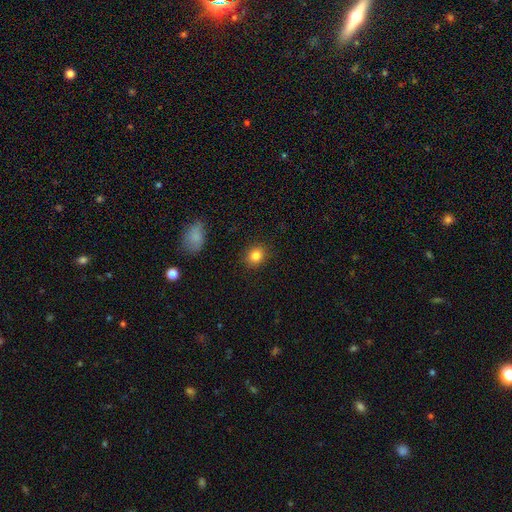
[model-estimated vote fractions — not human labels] Overall: smooth (84%). How rounded: round (69%; in between 30%). Merging: none (89%).